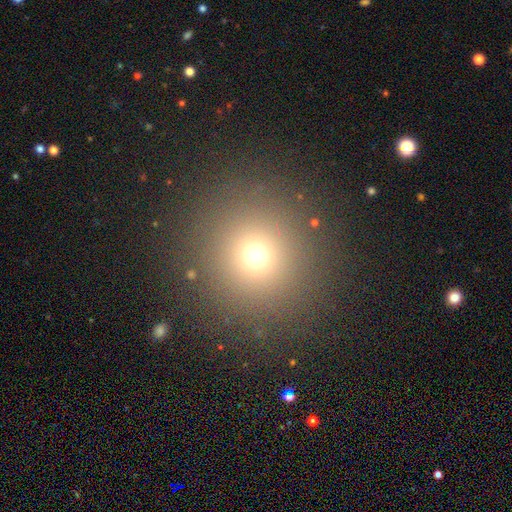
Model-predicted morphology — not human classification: This appears to be a smooth galaxy with no disk features (67%) that is round (95%). Merging: none (89%).